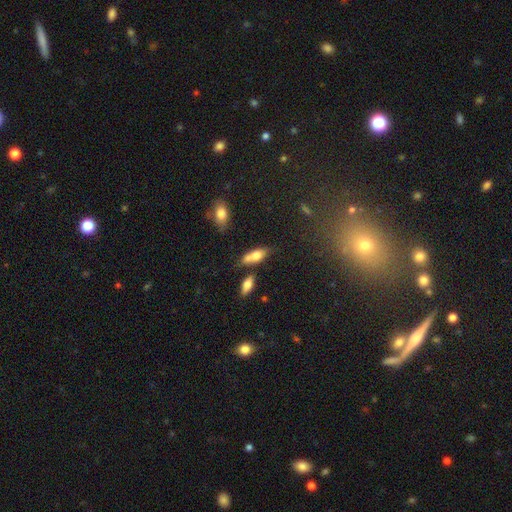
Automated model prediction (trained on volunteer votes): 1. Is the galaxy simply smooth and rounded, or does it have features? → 69% smooth, 22% featured or disk, 9% star or artifact.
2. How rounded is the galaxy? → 77% in between, 18% cigar-shaped, 5% round.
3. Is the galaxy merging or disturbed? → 42% none, 37% merger, 15% minor disturbance, 6% major disturbance.